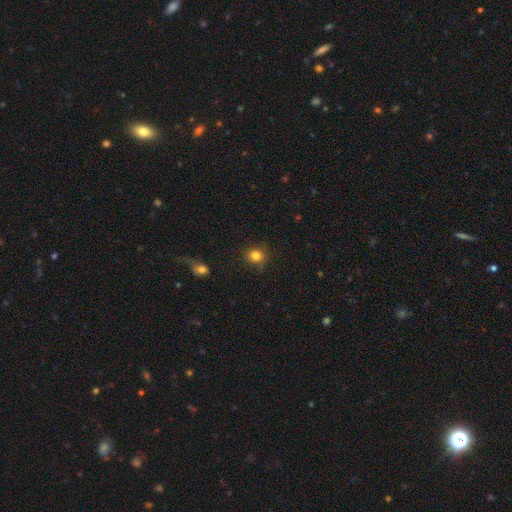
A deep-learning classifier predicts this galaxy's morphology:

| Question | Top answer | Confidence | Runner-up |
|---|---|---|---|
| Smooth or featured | smooth | 83% | star or artifact (12%) |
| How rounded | round | 88% | in between (11%) |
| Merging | none | 85% | minor disturbance (10%) |